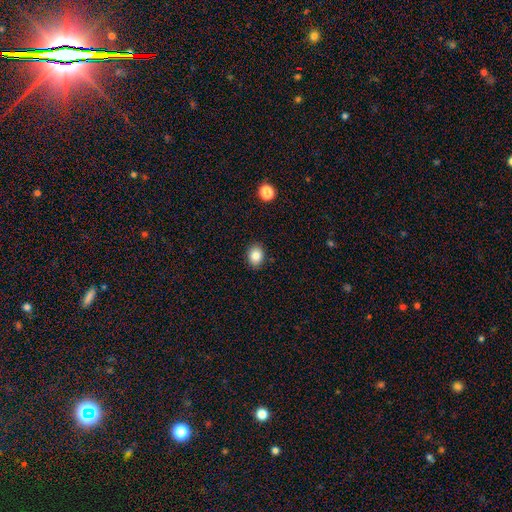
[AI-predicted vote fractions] Morphology: type=smooth (84%); roundness=in between (55%); merging=none (88%).